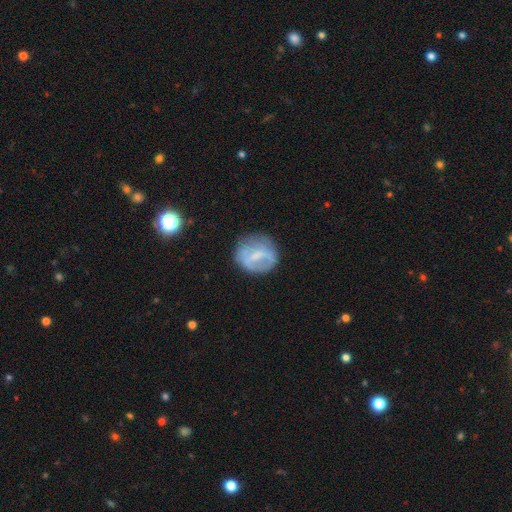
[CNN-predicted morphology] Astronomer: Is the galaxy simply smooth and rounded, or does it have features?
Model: featured or disk — 49% (runner-up: smooth, 42%).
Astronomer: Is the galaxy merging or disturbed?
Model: none — 66%.